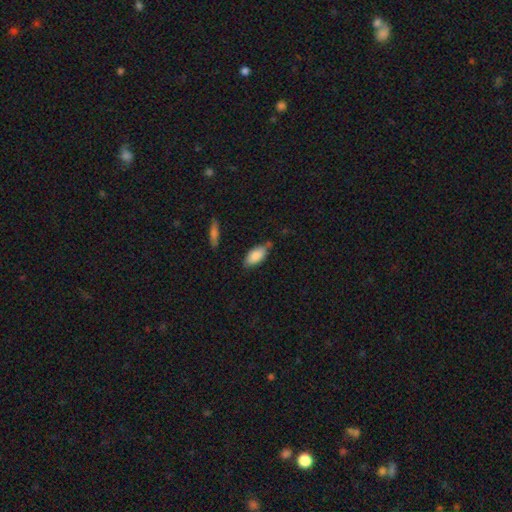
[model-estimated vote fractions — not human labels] Morphology: type=smooth (85%); roundness=in between (89%); merging=none (67%).